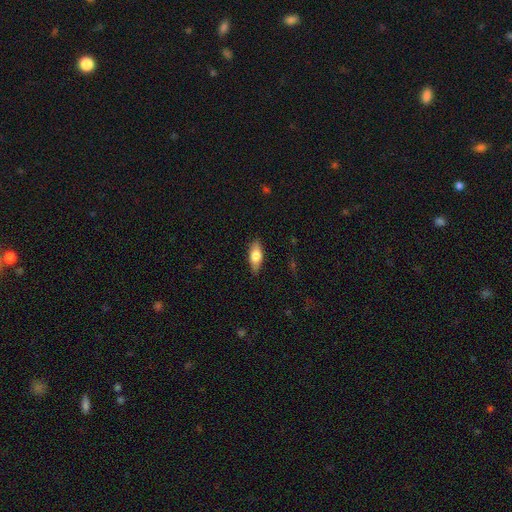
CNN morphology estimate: A smooth galaxy with no disk features (70%) that is in between round and cigar-shaped (73%). Merging: none (85%).